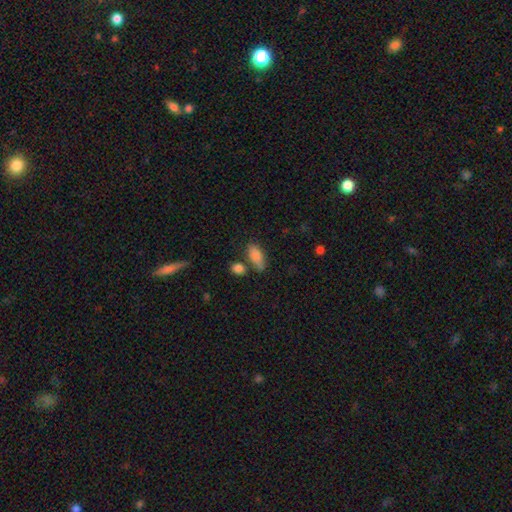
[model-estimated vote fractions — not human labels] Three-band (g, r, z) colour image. It shows a smooth galaxy with no disk features (84%) that is in between round and cigar-shaped (84%). Merging: none (59%).